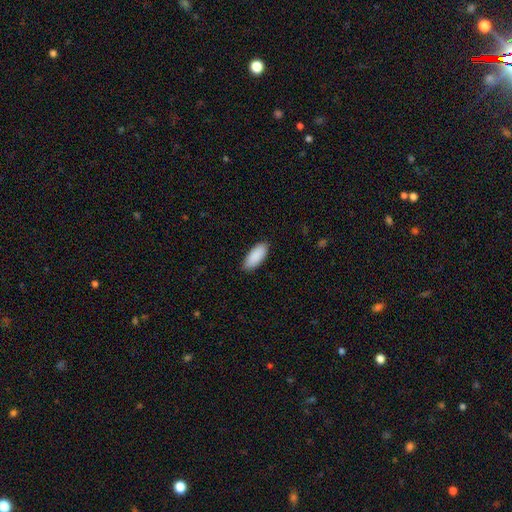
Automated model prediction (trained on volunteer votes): Smooth or featured: smooth — 91% (star or artifact — 5%)
How rounded: in between — 85% (cigar-shaped — 13%)
Merging: none — 89% (minor disturbance — 9%)